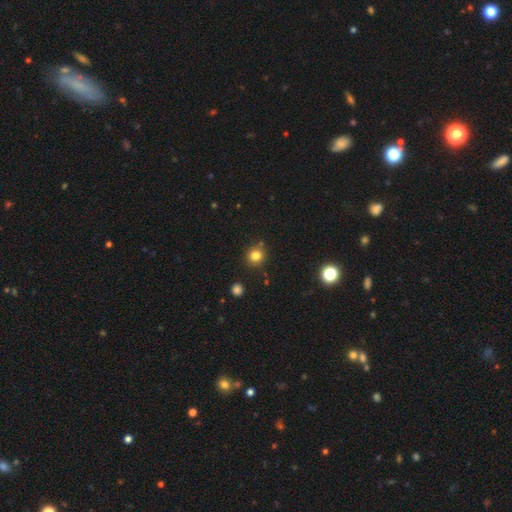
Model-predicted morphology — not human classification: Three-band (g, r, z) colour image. It shows a smooth galaxy with no disk features (80%) that is round (88%). Merging: none (84%).